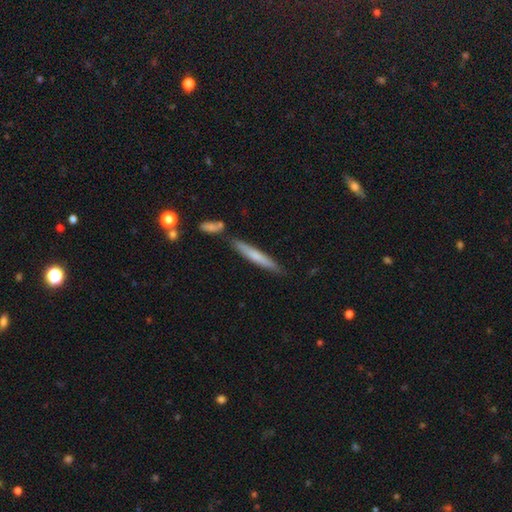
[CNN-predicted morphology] Smooth or featured? Predicted: smooth (p=0.63). How rounded? Predicted: cigar-shaped (p=0.95). Merging? Predicted: none (p=0.79).